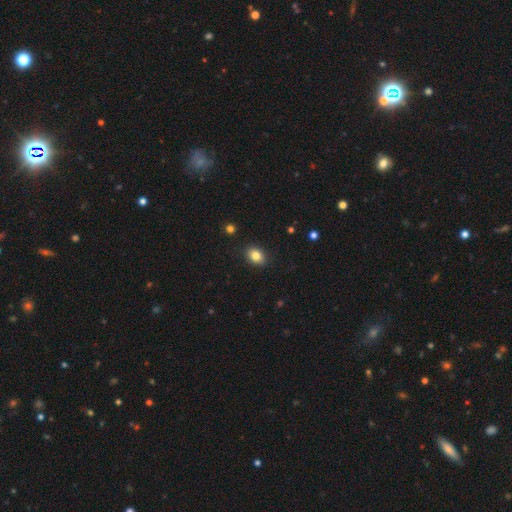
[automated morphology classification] Overall: smooth (83%). How rounded: in between (69%; round 30%). Merging: none (89%).